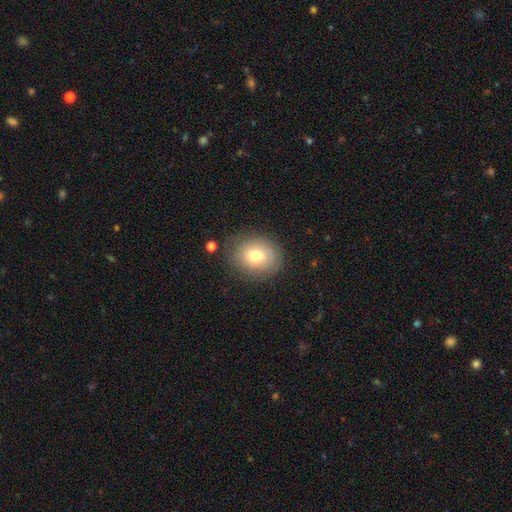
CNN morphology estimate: A smooth galaxy with no disk features (73%) that is round (62%). Merging: none (82%).